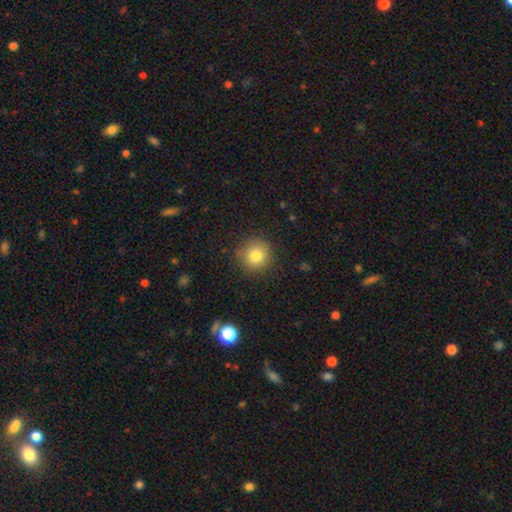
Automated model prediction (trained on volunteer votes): Smooth or featured? Predicted: smooth (p=0.82). How rounded? Predicted: round (p=0.92). Merging? Predicted: none (p=0.86).